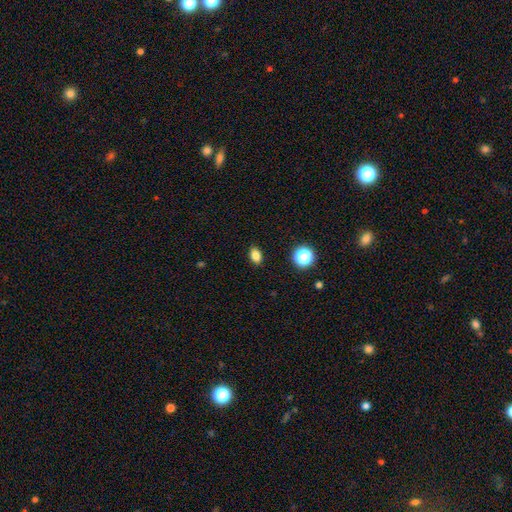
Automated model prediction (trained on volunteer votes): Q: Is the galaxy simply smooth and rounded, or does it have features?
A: smooth — 83%.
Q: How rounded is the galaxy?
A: in between — 80%.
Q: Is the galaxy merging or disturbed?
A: none — 89%.